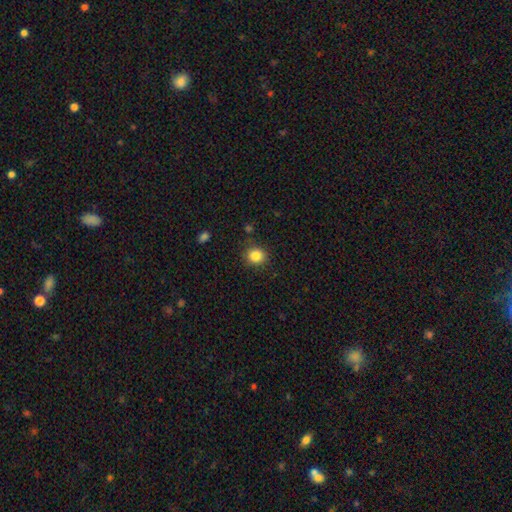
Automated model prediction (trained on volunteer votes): Morphology: type=smooth (85%); roundness=round (83%); merging=none (86%).